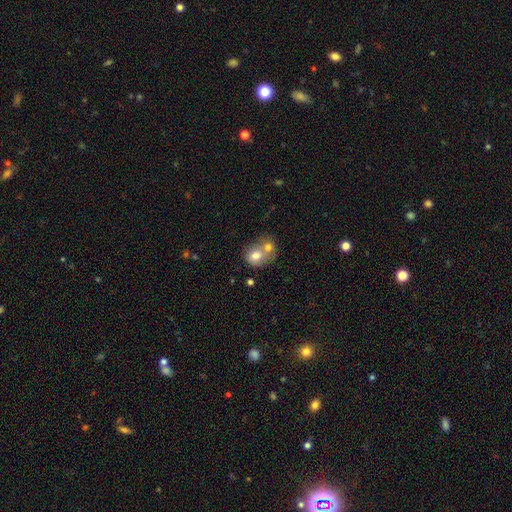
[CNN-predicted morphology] A smooth galaxy with no disk features (71%) that is round (63%).

Vote fractions:
- Smooth or featured? smooth: 71% / featured or disk: 20% / star or artifact: 9%
- How rounded? round: 63% / in between: 36% / cigar-shaped: 1%
- Merging? merger: 66% / none: 23% / minor disturbance: 8% / major disturbance: 4%